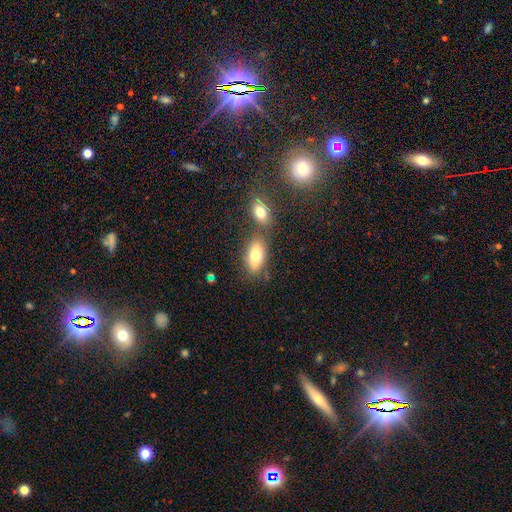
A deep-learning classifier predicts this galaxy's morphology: smooth-or-featured: smooth: 75% | featured or disk: 16% | star or artifact: 9%
  how-rounded: in between: 87% | cigar-shaped: 8% | round: 5%
  merging: none: 61% | merger: 22% | minor disturbance: 12% | major disturbance: 4%